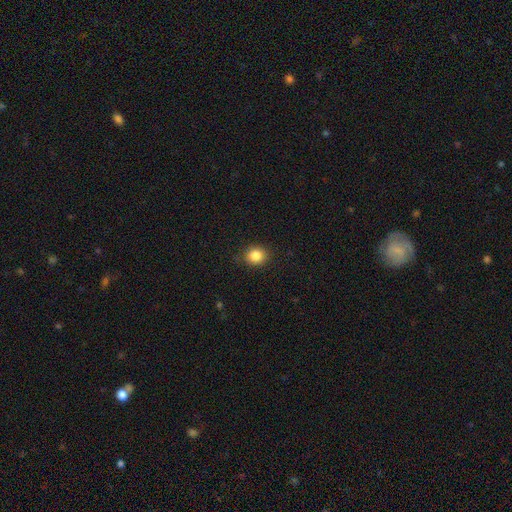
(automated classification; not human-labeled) Smooth or featured? Predicted: smooth (p=0.85). How rounded? Predicted: round (p=0.76). Merging? Predicted: none (p=0.86).